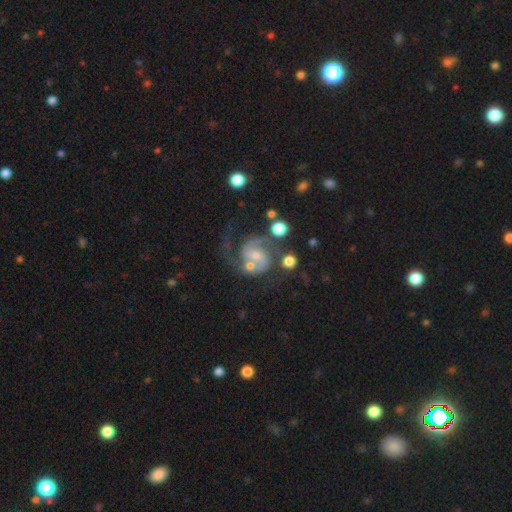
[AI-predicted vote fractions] featured or disk 87%, smooth 7%, star or artifact 6%. Down the decision tree: edge-on disk — no (98%); bar — weak (43%, tied with no); spiral arms — yes (97%); spiral arm count — 2 (85%); spiral winding — medium (56%); bulge size — small (51%); merging — none (52%).